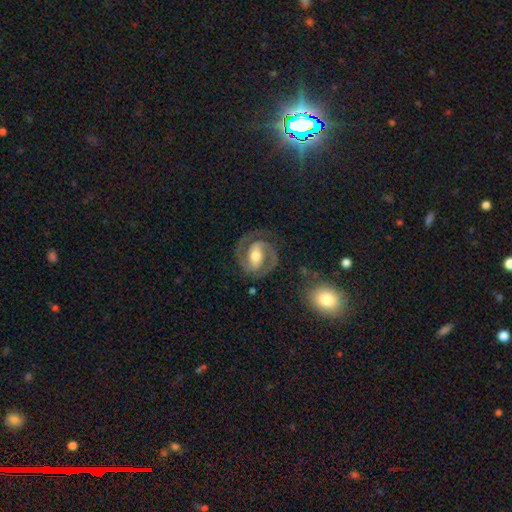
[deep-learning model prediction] Smooth or featured? featured or disk (90%)
Edge-on disk? no (98%)
Bar? strong (40%)
Spiral arms? yes (97%)
Spiral winding? medium (49%)
Spiral arm count? 2 (93%)
Bulge size? moderate (64%)
Merging? none (79%)